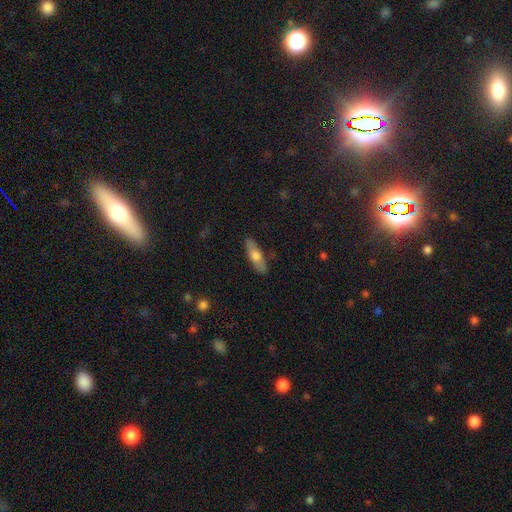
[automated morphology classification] Overall: smooth (63%; featured or disk 31%). How rounded: in between (50%; cigar-shaped 48%). Merging: none (86%).